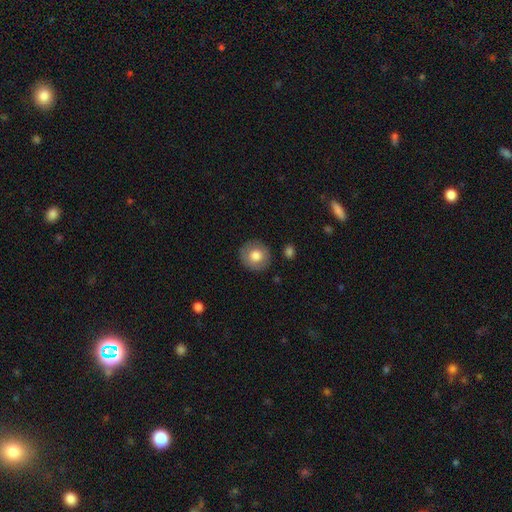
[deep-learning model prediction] Morphology: type=smooth (75%); roundness=round (92%); merging=none (88%).